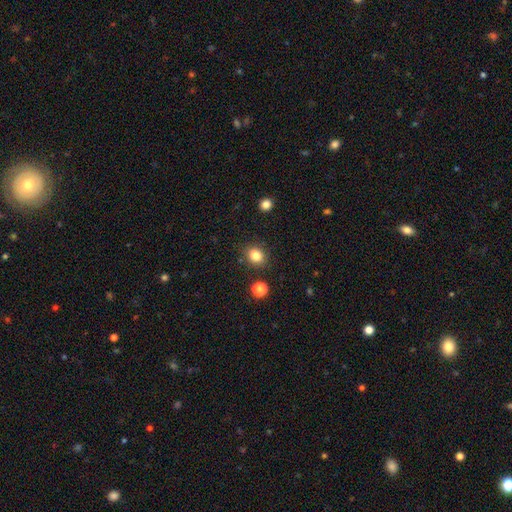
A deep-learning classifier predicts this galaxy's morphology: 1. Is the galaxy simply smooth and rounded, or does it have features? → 83% smooth, 11% star or artifact, 6% featured or disk.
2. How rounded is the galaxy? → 54% round, 45% in between, 1% cigar-shaped.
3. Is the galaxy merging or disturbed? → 84% none, 10% minor disturbance, 3% merger, 3% major disturbance.